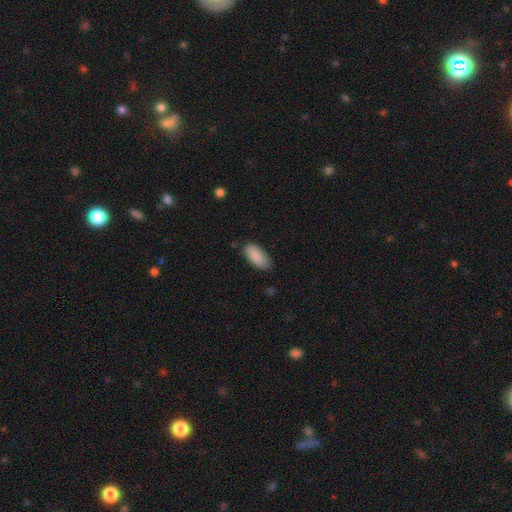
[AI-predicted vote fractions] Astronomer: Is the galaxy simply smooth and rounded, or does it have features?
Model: smooth — 90%.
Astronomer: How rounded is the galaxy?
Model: in between — 91%.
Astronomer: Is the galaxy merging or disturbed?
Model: none — 81%.